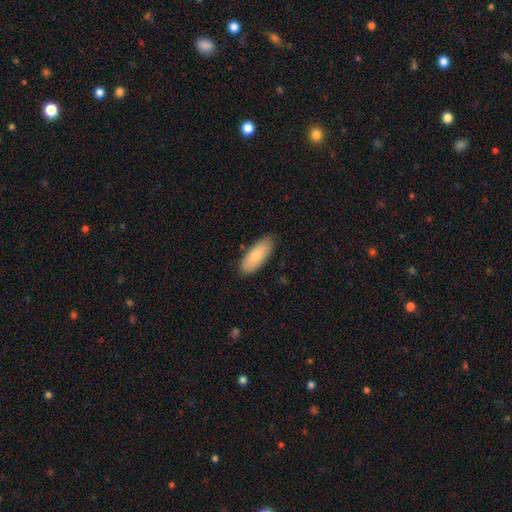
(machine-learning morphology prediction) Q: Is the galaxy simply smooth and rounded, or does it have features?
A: smooth — 84%.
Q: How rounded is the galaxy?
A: in between — 76%.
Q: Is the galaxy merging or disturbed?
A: none — 83%.